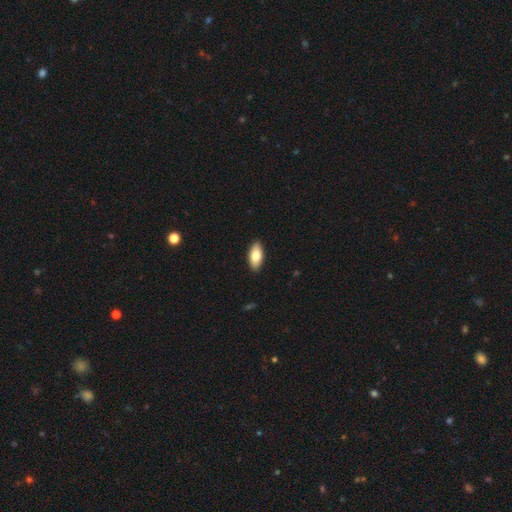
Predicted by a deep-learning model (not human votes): smooth_or_featured: smooth (p=0.80) [alt: featured or disk p=0.13]
how_rounded: in between (p=0.90) [alt: cigar-shaped p=0.07]
merging: none (p=0.90) [alt: minor disturbance p=0.07]